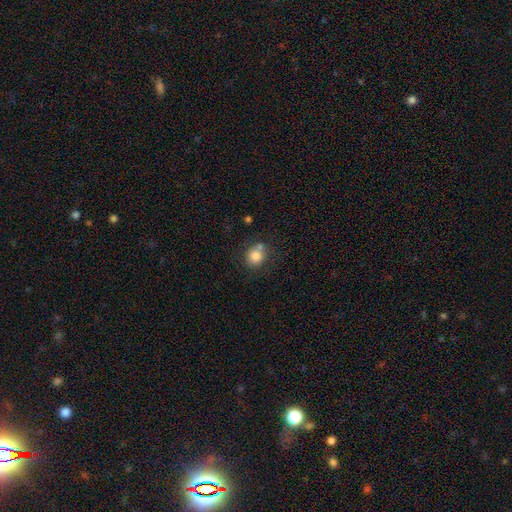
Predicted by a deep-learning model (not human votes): This is clearly a smooth galaxy (82%). How rounded: clearly round (81%). Merging: likely none (63%).